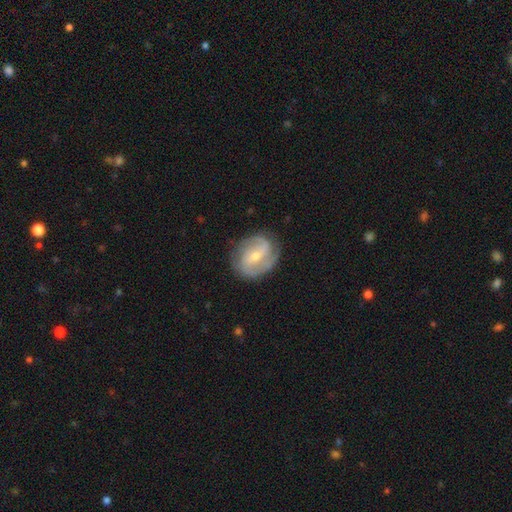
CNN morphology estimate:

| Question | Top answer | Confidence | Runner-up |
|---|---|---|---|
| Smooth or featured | featured or disk | 79% | smooth (15%) |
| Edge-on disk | no | 97% | yes (3%) |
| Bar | weak | 48% | no (27%) |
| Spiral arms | yes | 93% | no (7%) |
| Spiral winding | medium | 45% | tight (33%) |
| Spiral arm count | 2 | 71% | can't tell (12%) |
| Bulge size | small | 56% | moderate (40%) |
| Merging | none | 76% | minor disturbance (17%) |